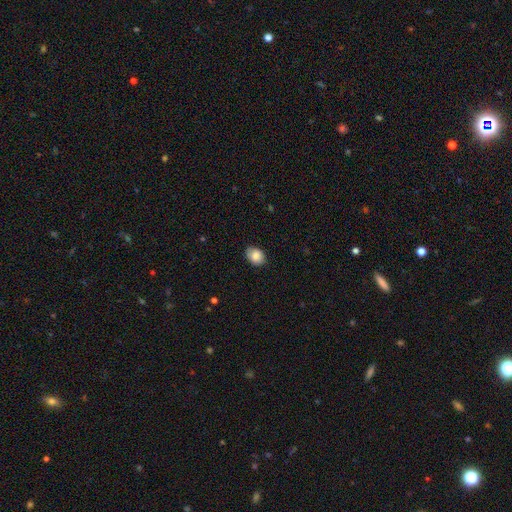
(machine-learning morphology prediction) Q: Smooth or featured?
A: smooth (86%); runner-up: star or artifact (7%)
Q: How rounded?
A: in between (72%); runner-up: round (27%)
Q: Merging?
A: none (85%); runner-up: minor disturbance (12%)